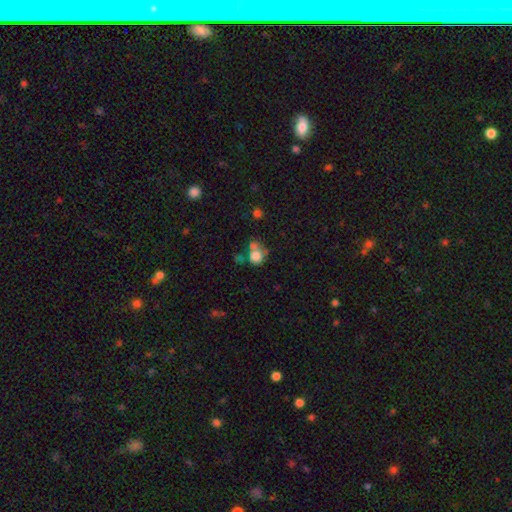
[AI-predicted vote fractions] This is likely a smooth galaxy (74%). How rounded: likely round (73%). Merging: marginally none (36%).